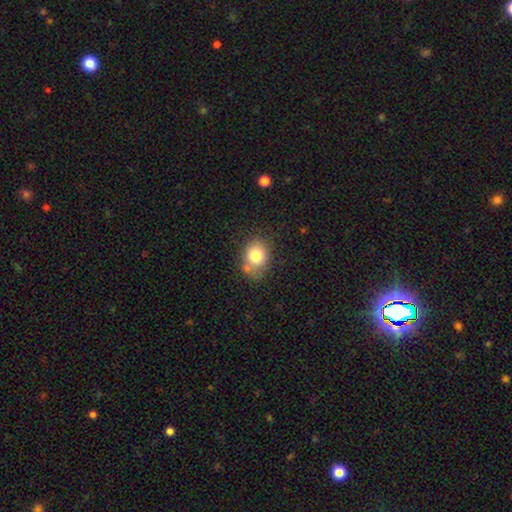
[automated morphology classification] This is likely a smooth galaxy (80%). How rounded: possibly in between (51%). Merging: likely none (61%).